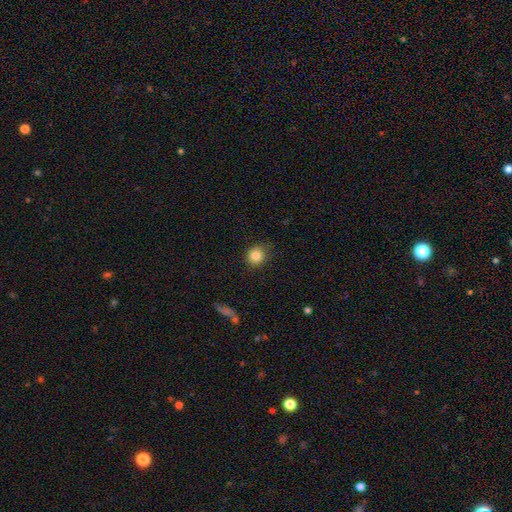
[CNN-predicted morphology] Smooth or featured? smooth (83%)
How rounded? round (86%)
Merging? none (83%)